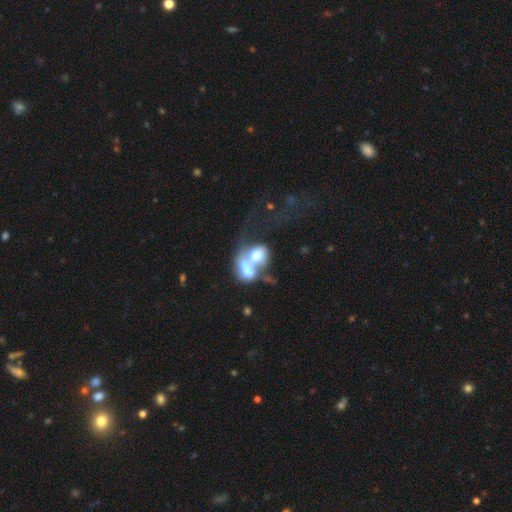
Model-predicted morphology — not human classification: The model was most divided on "how rounded": in between: 56%, round: 42%, cigar-shaped: 2%. More confident: merging — merger (76%); smooth or featured — smooth (56%).